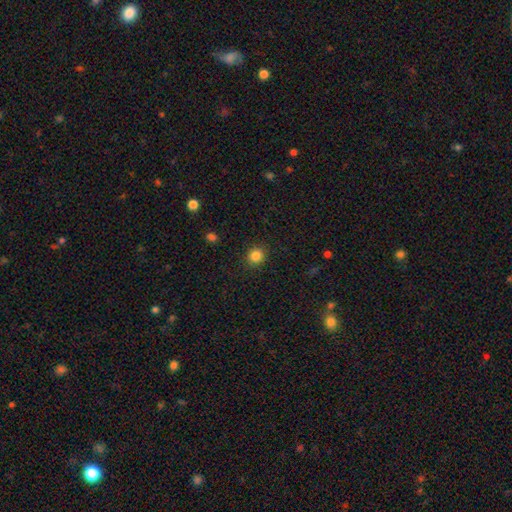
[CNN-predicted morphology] A smooth galaxy with no disk features (85%) that is round (83%). Merging: none (89%).